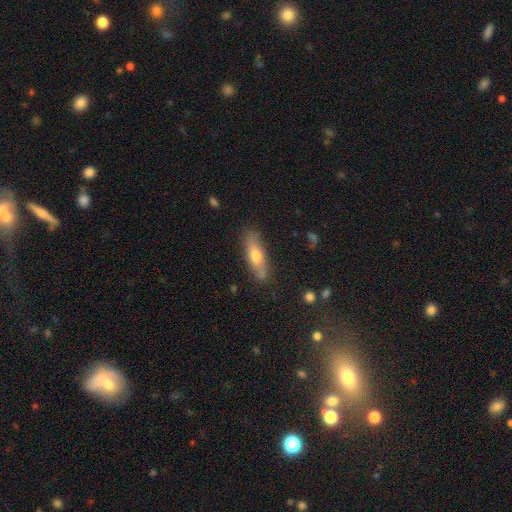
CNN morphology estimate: A smooth galaxy with no disk features (62%) that is cigar-shaped (50%). Merging: none (80%).